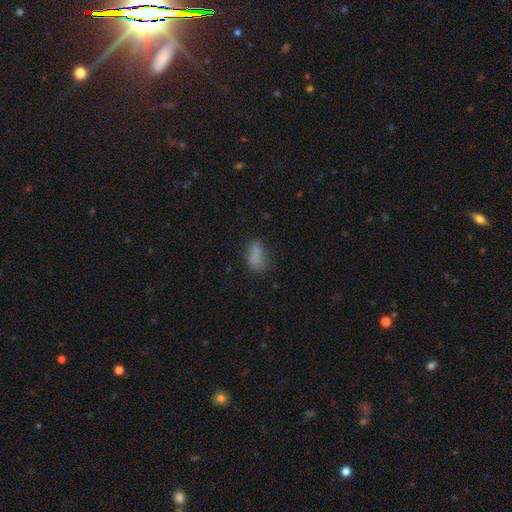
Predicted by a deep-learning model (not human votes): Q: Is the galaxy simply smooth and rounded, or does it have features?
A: smooth — 81%.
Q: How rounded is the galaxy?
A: in between — 87%.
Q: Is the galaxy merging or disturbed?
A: none — 64%.